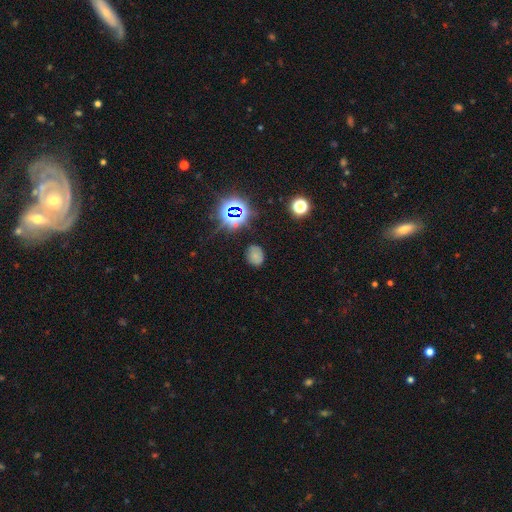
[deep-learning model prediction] Smooth or featured? Predicted: smooth (p=0.63). How rounded? Predicted: in between (p=0.51). Merging? Predicted: none (p=0.77).